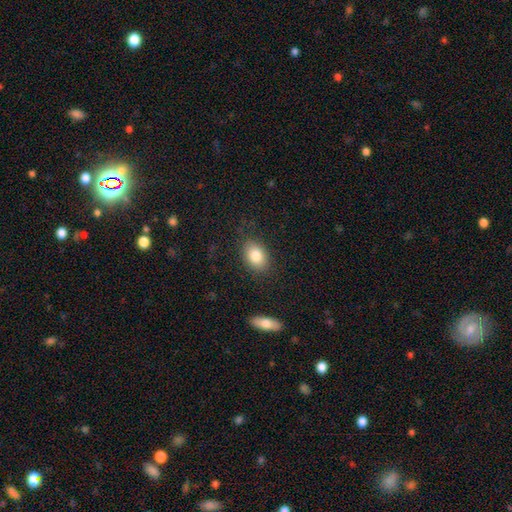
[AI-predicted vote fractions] Q: Smooth or featured?
A: smooth (83%); runner-up: featured or disk (9%)
Q: How rounded?
A: in between (81%); runner-up: round (17%)
Q: Merging?
A: none (84%); runner-up: minor disturbance (11%)